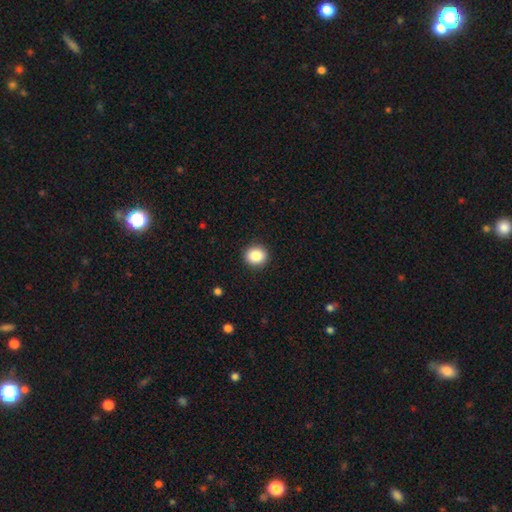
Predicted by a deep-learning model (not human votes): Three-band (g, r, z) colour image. It shows a smooth galaxy with no disk features (87%) that is round (82%). Merging: none (91%).